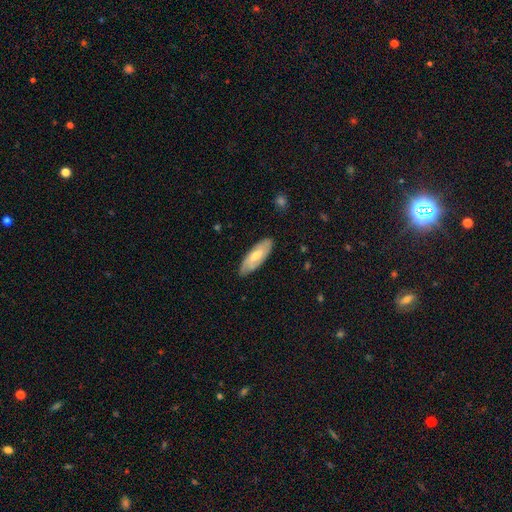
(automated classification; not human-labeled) Morphology: type=smooth (50%); roundness=in between (66%); merging=none (84%).